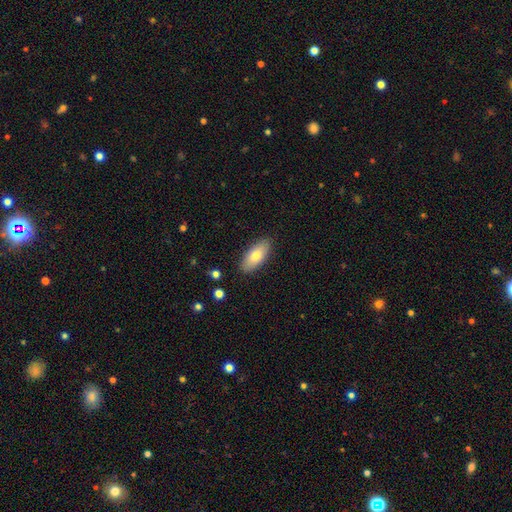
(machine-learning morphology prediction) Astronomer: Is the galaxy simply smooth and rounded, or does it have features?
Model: smooth — 76%.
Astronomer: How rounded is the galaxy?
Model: in between — 86%.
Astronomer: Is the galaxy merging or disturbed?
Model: none — 88%.